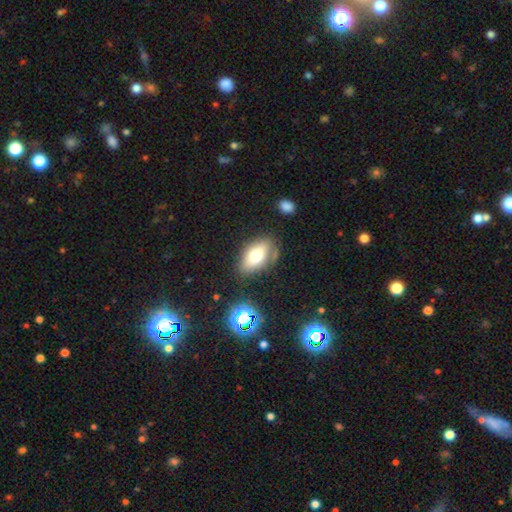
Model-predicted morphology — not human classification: smooth 69%, featured or disk 20%, star or artifact 11%. Down the decision tree: how rounded — in between (88%); merging — none (71%).